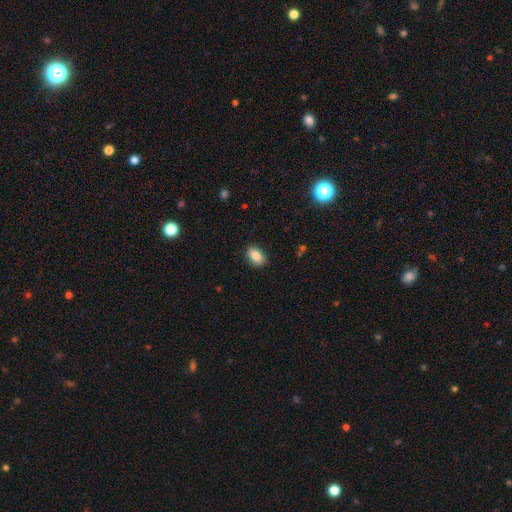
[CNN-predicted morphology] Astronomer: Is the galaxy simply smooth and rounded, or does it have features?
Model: smooth — 84%.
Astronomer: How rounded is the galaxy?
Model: in between — 86%.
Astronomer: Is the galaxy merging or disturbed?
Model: none — 87%.